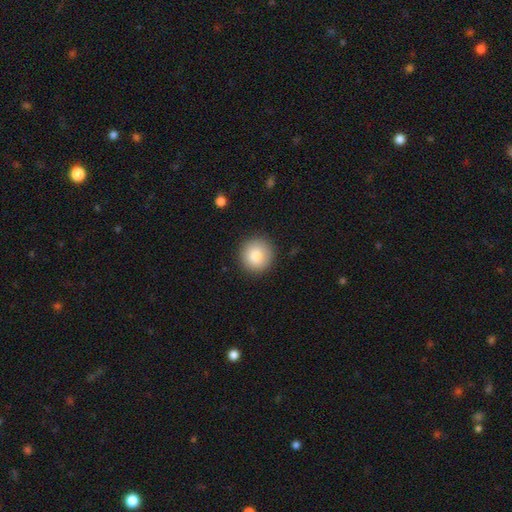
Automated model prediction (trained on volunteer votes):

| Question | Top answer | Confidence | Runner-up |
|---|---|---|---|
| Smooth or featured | smooth | 86% | star or artifact (8%) |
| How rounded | round | 94% | in between (5%) |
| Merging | none | 90% | minor disturbance (7%) |